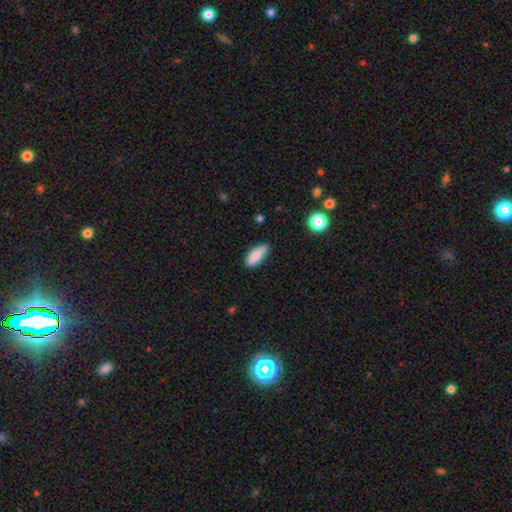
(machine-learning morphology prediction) Smooth or featured? Predicted: smooth (p=0.87). How rounded? Predicted: in between (p=0.71). Merging? Predicted: none (p=0.73).